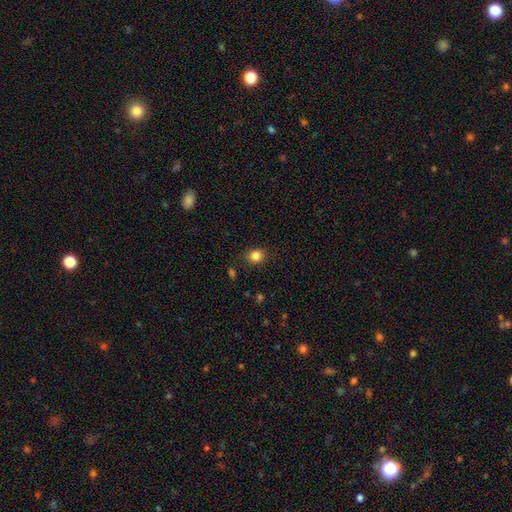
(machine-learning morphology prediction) Smooth or featured? smooth (84%)
How rounded? round (77%)
Merging? none (88%)